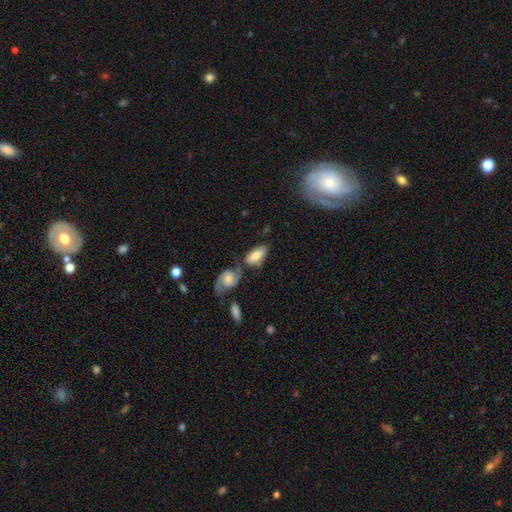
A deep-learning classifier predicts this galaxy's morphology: type=smooth (65%); roundness=in between (91%); merging=none (45%).